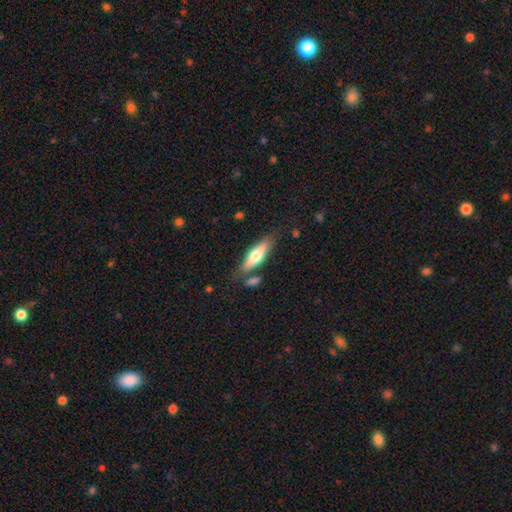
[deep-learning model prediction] A smooth galaxy with no disk features (54%) that is cigar-shaped (61%).

Vote fractions:
- Smooth or featured? smooth: 54% / featured or disk: 41% / star or artifact: 6%
- How rounded? cigar-shaped: 61% / in between: 37% / round: 2%
- Merging? none: 73% / minor disturbance: 15% / merger: 8% / major disturbance: 4%